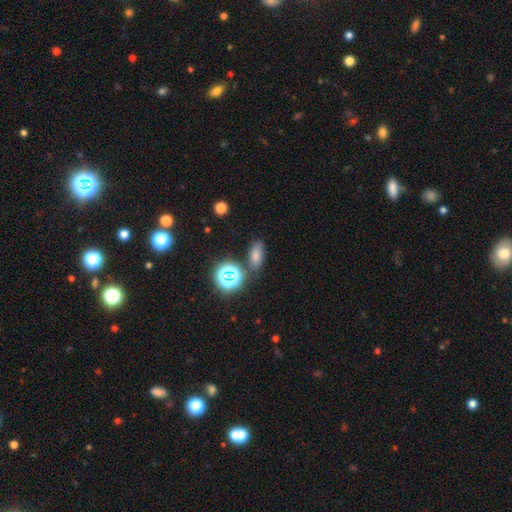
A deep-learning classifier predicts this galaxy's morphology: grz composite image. It shows a smooth galaxy with no disk features (69%) that is in between round and cigar-shaped (79%). Merging: none (75%).